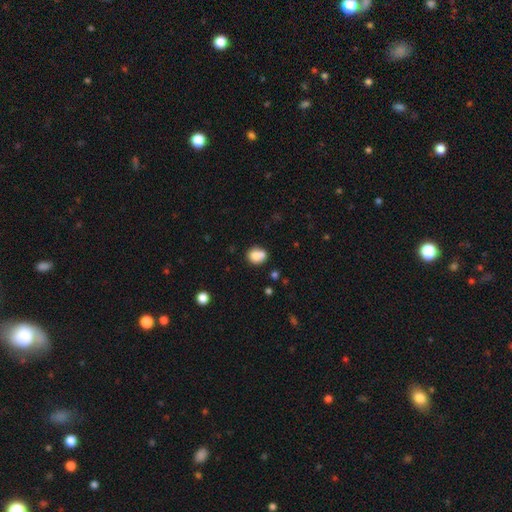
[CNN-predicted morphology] smooth 79%, featured or disk 12%, star or artifact 10%. Down the decision tree: how rounded — round (66%); merging — none (48%).